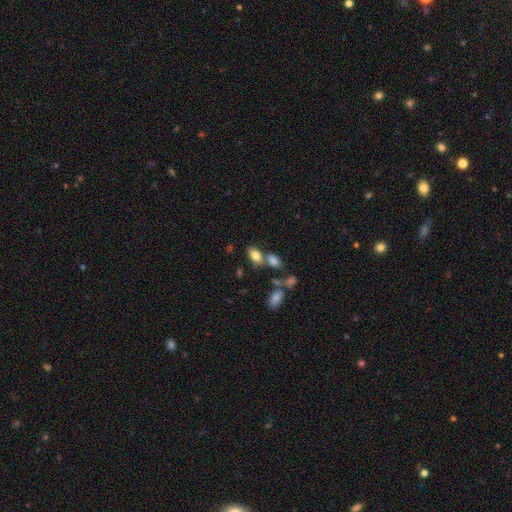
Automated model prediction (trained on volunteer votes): Smooth or featured? smooth (77%)
How rounded? in between (89%)
Merging? none (55%)